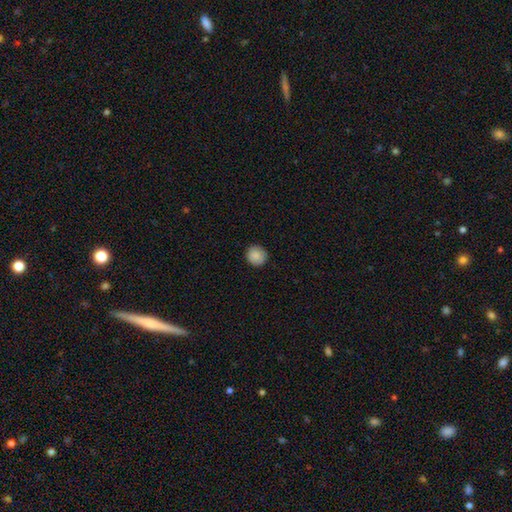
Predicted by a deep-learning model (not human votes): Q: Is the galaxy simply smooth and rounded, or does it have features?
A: smooth — 86%.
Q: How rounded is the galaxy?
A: round — 92%.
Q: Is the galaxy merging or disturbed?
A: none — 88%.